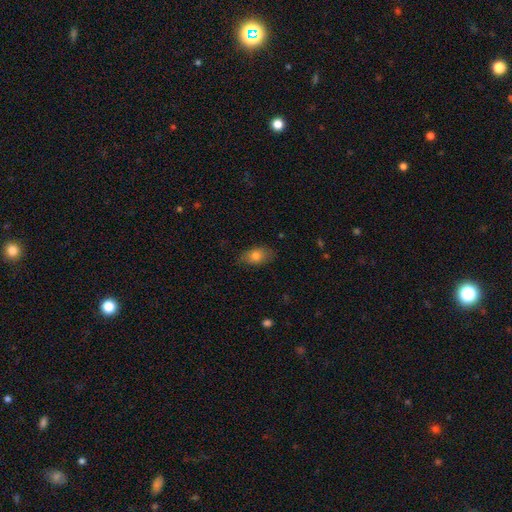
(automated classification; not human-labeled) Smooth or featured? Predicted: smooth (p=0.79). How rounded? Predicted: in between (p=0.88). Merging? Predicted: none (p=0.76).